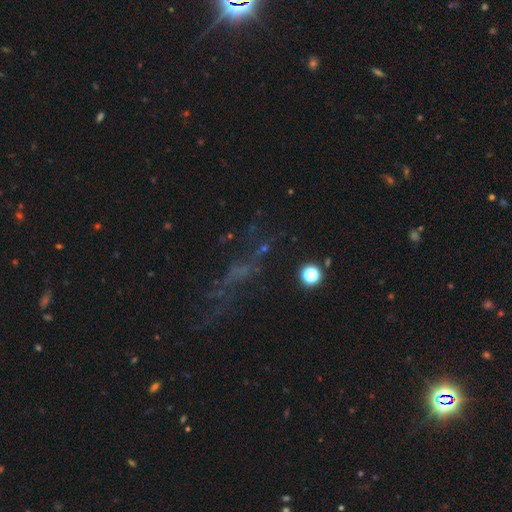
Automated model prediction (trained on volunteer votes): smooth-or-featured: star or artifact: 44% | featured or disk: 29% | smooth: 27%